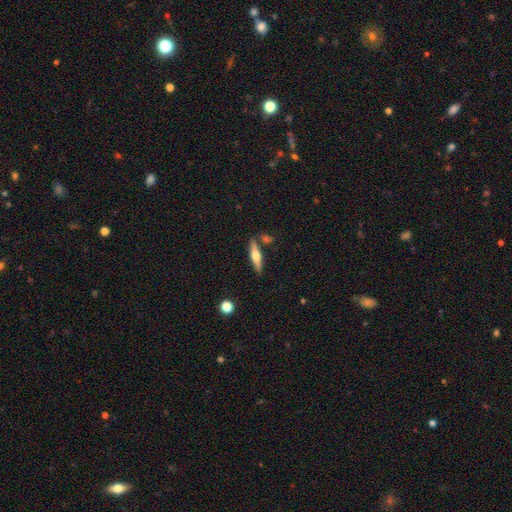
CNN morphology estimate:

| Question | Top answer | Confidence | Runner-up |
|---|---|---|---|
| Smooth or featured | featured or disk | 54% | smooth (40%) |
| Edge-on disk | yes | 95% | no (5%) |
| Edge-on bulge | rounded | 93% | boxy (4%) |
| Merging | none | 79% | minor disturbance (10%) |